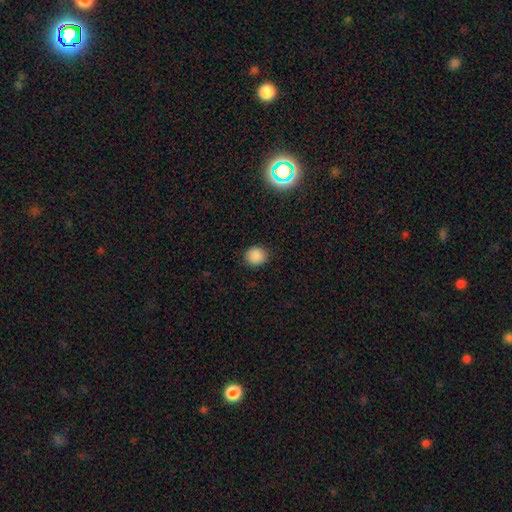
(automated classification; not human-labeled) Q: Smooth or featured?
A: smooth (86%); runner-up: star or artifact (11%)
Q: How rounded?
A: round (84%); runner-up: in between (15%)
Q: Merging?
A: none (89%); runner-up: minor disturbance (8%)